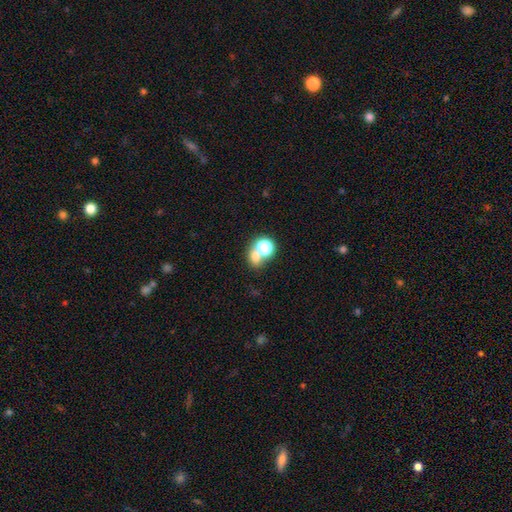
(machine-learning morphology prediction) A smooth galaxy with no disk features (67%) that is round (60%). Merging: merger (50%).